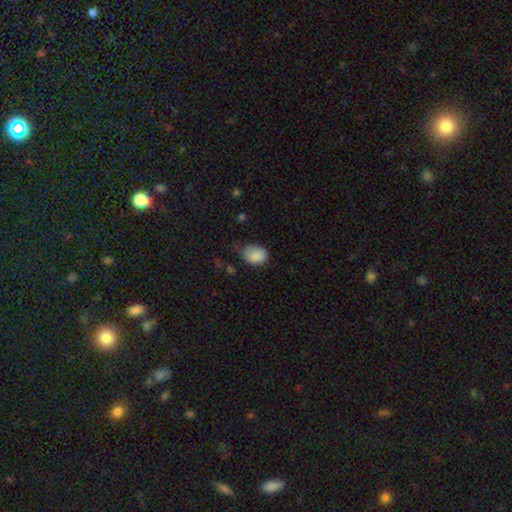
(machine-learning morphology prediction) smooth-or-featured: smooth: 87% | star or artifact: 8% | featured or disk: 5%
  how-rounded: in between: 71% | round: 28% | cigar-shaped: 1%
  merging: none: 53% | minor disturbance: 36% | major disturbance: 9% | merger: 2%